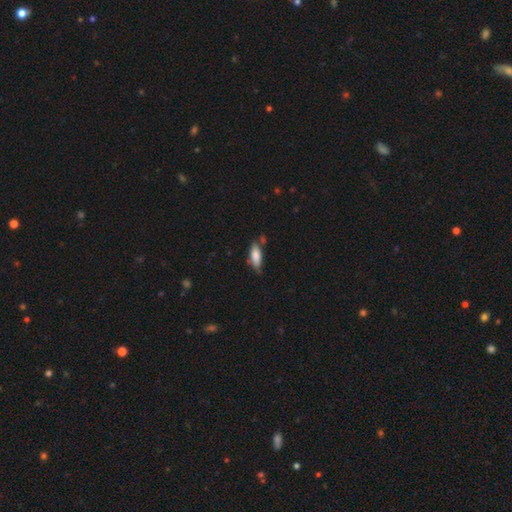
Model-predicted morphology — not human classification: Smooth or featured: smooth — 80% (featured or disk — 13%)
How rounded: in between — 73% (cigar-shaped — 25%)
Merging: none — 66% (minor disturbance — 24%)